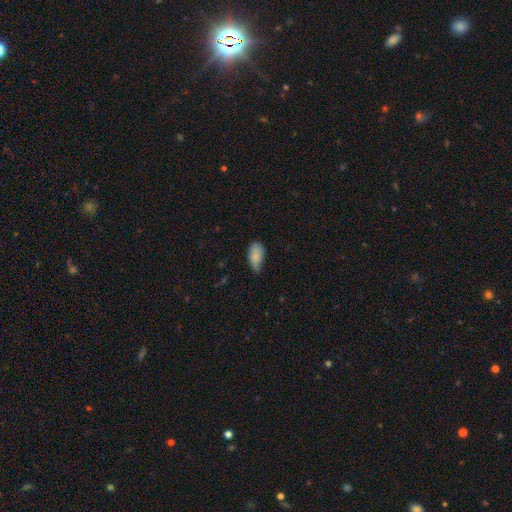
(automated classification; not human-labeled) A smooth galaxy with no disk features (84%) that is in between round and cigar-shaped (92%).

Vote fractions:
- Smooth or featured? smooth: 84% / featured or disk: 9% / star or artifact: 7%
- How rounded? in between: 92% / cigar-shaped: 4% / round: 3%
- Merging? none: 51% / minor disturbance: 40% / major disturbance: 7% / merger: 2%